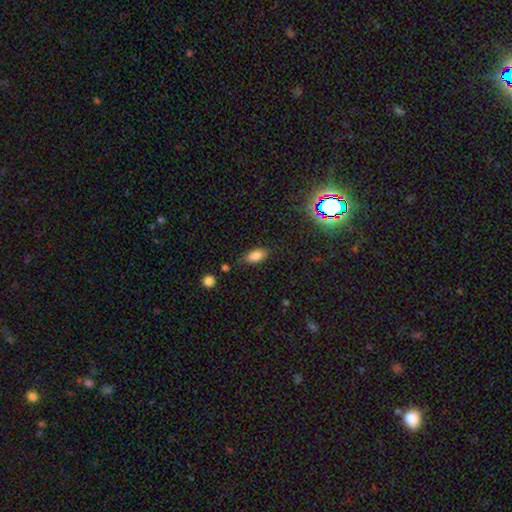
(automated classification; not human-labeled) Smooth or featured? Predicted: smooth (p=0.81). How rounded? Predicted: in between (p=0.89). Merging? Predicted: none (p=0.76).